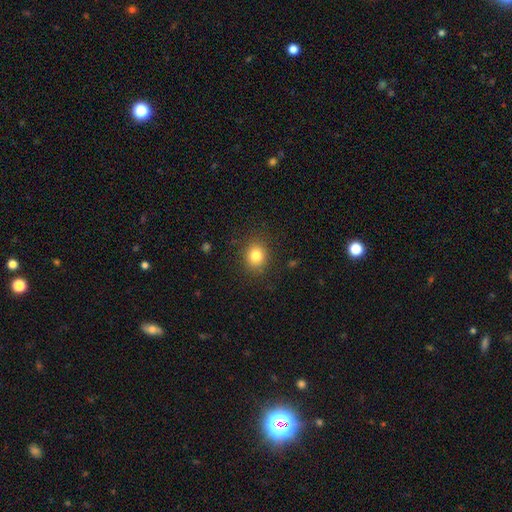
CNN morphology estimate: Overall: smooth (81%). How rounded: round (74%). Merging: none (87%).